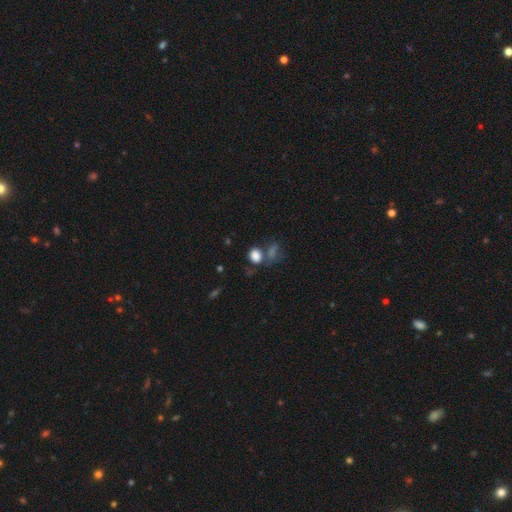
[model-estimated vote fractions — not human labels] smooth_or_featured: smooth (p=0.82) [alt: star or artifact p=0.12]
how_rounded: in between (p=0.53) [alt: round p=0.45]
merging: none (p=0.52) [alt: merger p=0.25]